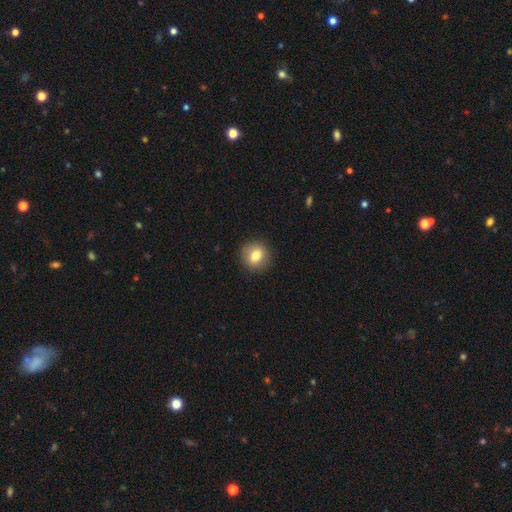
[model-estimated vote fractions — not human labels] Smooth or featured? smooth (77%)
How rounded? round (85%)
Merging? none (89%)